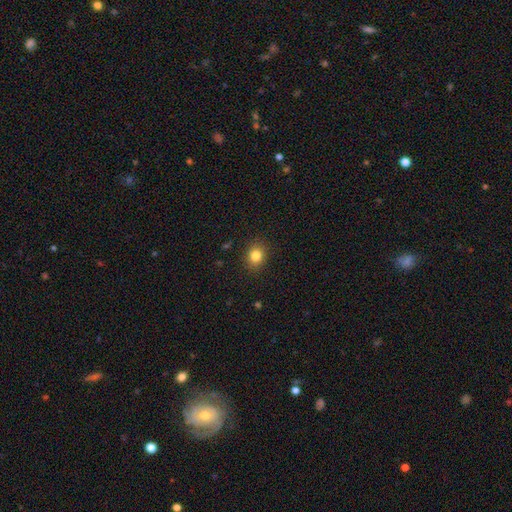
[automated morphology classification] Overall: smooth (83%). How rounded: round (65%; in between 34%). Merging: none (89%).